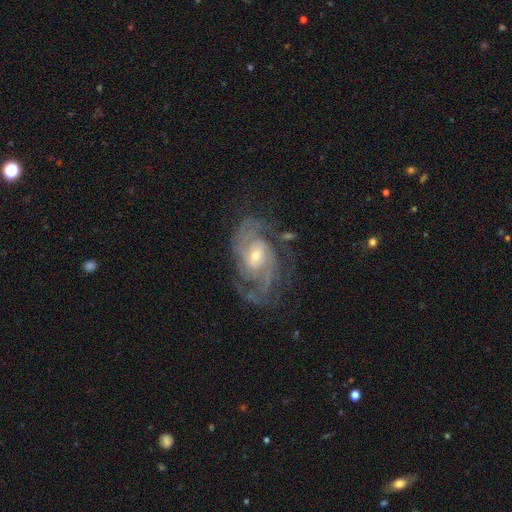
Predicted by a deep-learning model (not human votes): Smooth or featured? Predicted: featured or disk (p=0.89). Edge-on disk? Predicted: no (p=0.97). Bar? Predicted: no (p=0.47). Spiral arms? Predicted: yes (p=0.97). Spiral winding? Predicted: tight (p=0.49). Spiral arm count? Predicted: 2 (p=0.51). Bulge size? Predicted: small (p=0.59). Merging? Predicted: none (p=0.68).